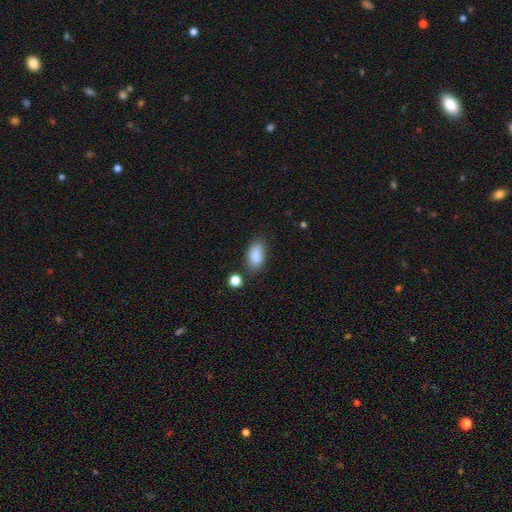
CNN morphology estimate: This is clearly a smooth galaxy (87%). How rounded: clearly in between (90%). Merging: likely none (71%).